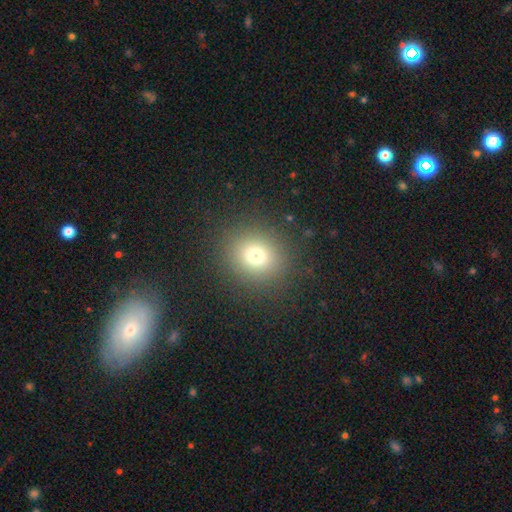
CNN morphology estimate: type=smooth (75%); roundness=round (84%); merging=none (89%).